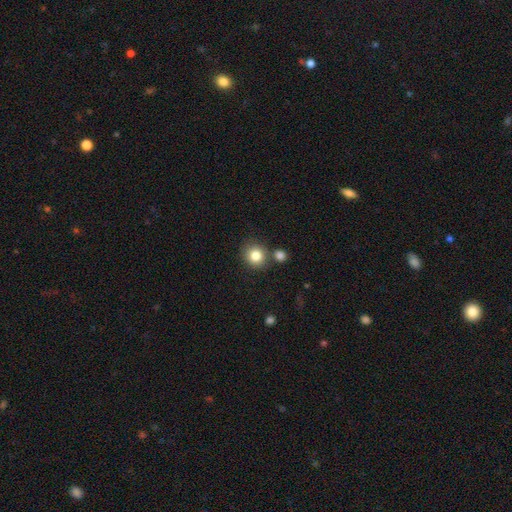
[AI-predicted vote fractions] Smooth or featured? Predicted: smooth (p=0.82). How rounded? Predicted: round (p=0.87). Merging? Predicted: none (p=0.75).